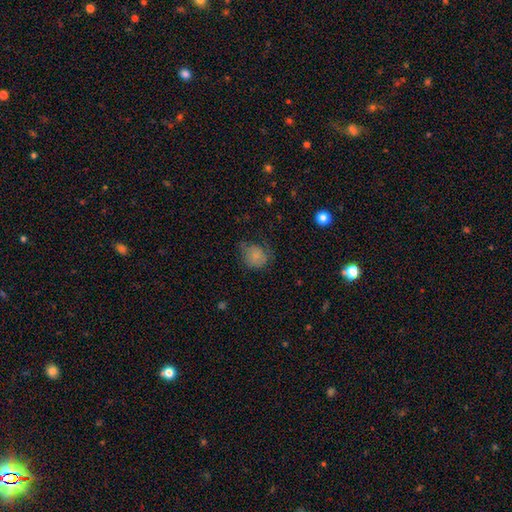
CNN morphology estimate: smooth-or-featured: smooth: 79% | star or artifact: 11% | featured or disk: 10%
  how-rounded: round: 73% | in between: 26% | cigar-shaped: 1%
  merging: none: 53% | minor disturbance: 33% | major disturbance: 13% | merger: 2%